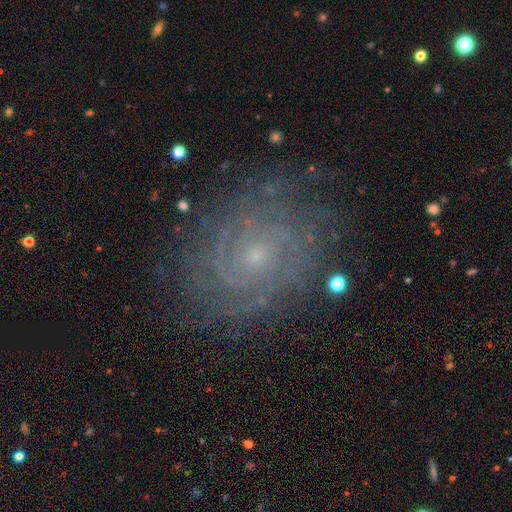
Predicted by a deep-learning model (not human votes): smooth_or_featured: featured or disk (p=0.78) [alt: star or artifact p=0.12]
disk_edge_on: no (p=0.97) [alt: yes p=0.03]
bar: no (p=0.75) [alt: weak p=0.21]
has_spiral_arms: yes (p=0.95) [alt: no p=0.05]
spiral_winding: tight (p=0.76) [alt: medium p=0.20]
spiral_arm_count: can't tell (p=0.40) [alt: 2 p=0.20]
bulge_size: small (p=0.77) [alt: moderate p=0.18]
merging: none (p=0.81) [alt: minor disturbance p=0.13]